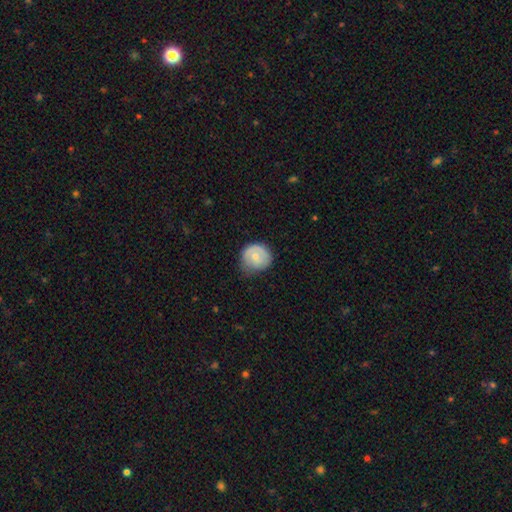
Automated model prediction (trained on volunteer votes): A smooth galaxy with no disk features (61%) that is round (84%). Merging: none (55%).